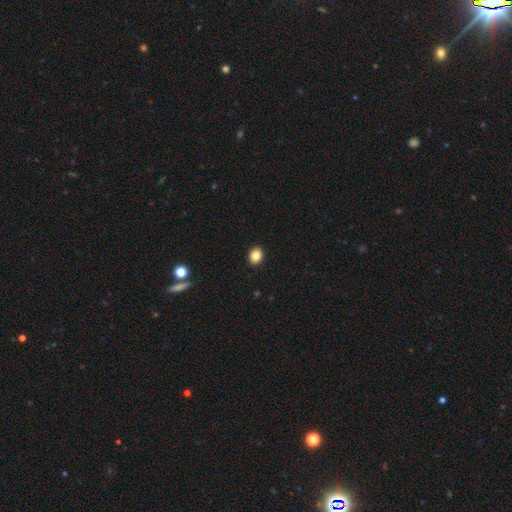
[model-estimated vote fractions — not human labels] smooth-or-featured: smooth: 85% | star or artifact: 10% | featured or disk: 6%
  how-rounded: in between: 51% | round: 48% | cigar-shaped: 1%
  merging: none: 92% | minor disturbance: 6% | major disturbance: 2% | merger: 1%